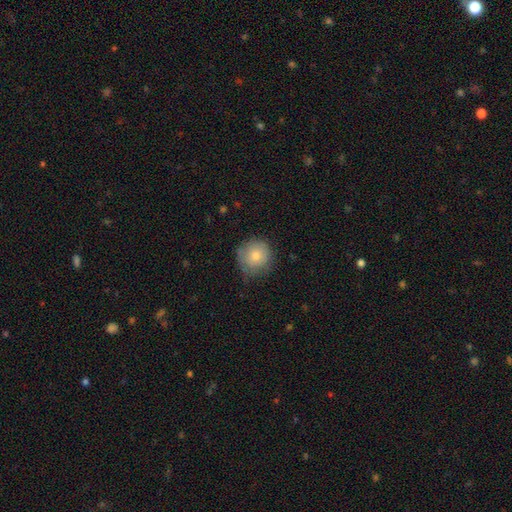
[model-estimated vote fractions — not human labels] Smooth or featured? Predicted: smooth (p=0.79). How rounded? Predicted: round (p=0.93). Merging? Predicted: none (p=0.69).